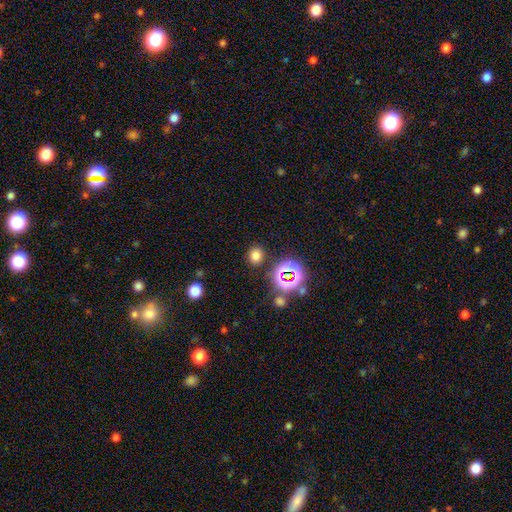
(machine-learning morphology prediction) Smooth or featured? Predicted: smooth (p=0.73). How rounded? Predicted: round (p=0.71). Merging? Predicted: none (p=0.86).